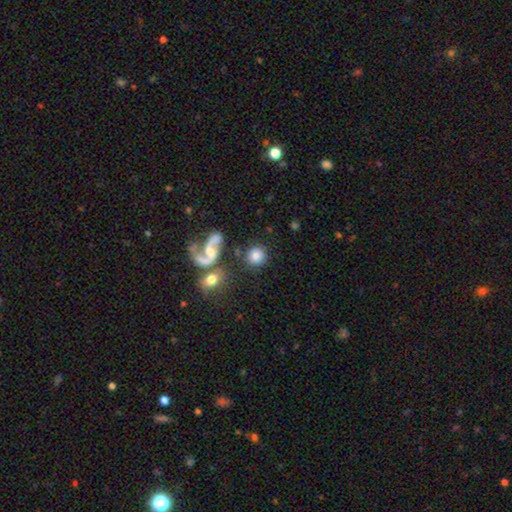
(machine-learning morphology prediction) smooth_or_featured: smooth (p=0.74) [alt: featured or disk p=0.18]
how_rounded: round (p=0.90) [alt: in between p=0.08]
merging: none (p=0.76) [alt: merger p=0.10]